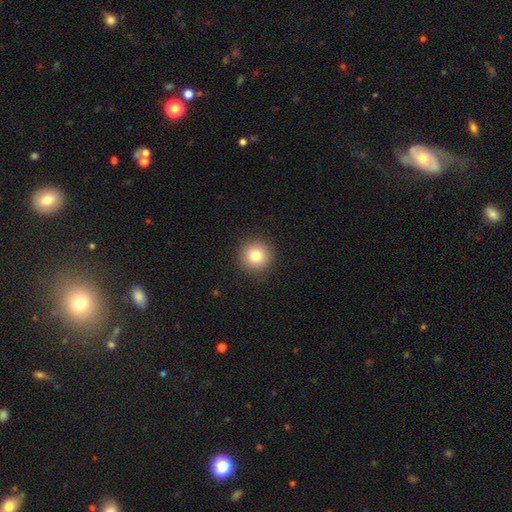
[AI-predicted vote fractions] smooth_or_featured: smooth (p=0.81) [alt: star or artifact p=0.11]
how_rounded: round (p=0.95) [alt: in between p=0.04]
merging: none (p=0.92) [alt: minor disturbance p=0.05]